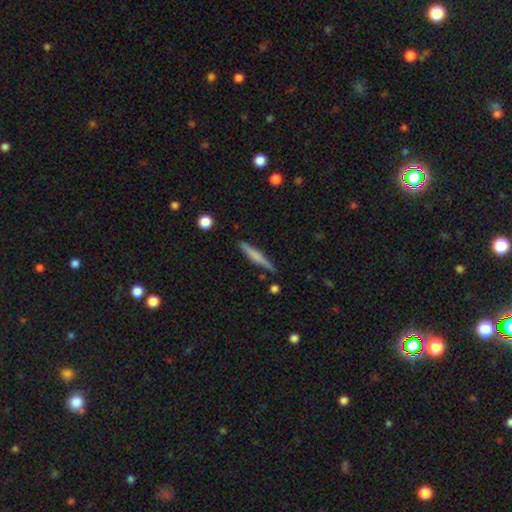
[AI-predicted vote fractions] smooth_or_featured: smooth (p=0.51) [alt: featured or disk p=0.43]
how_rounded: cigar-shaped (p=0.93) [alt: in between p=0.05]
merging: none (p=0.87) [alt: minor disturbance p=0.09]